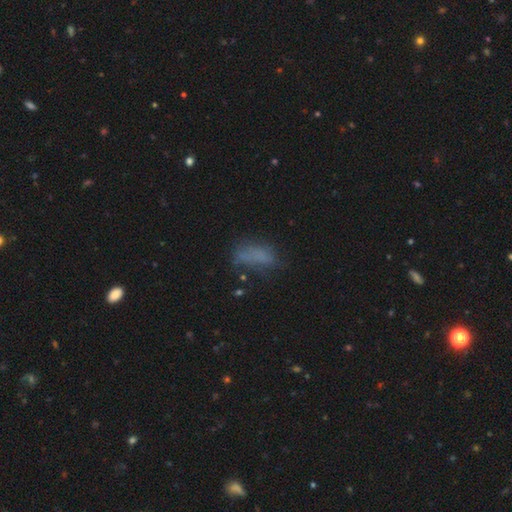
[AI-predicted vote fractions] Smooth or featured: smooth — 67% (featured or disk — 17%)
How rounded: in between — 73% (cigar-shaped — 22%)
Merging: none — 46% (minor disturbance — 27%)